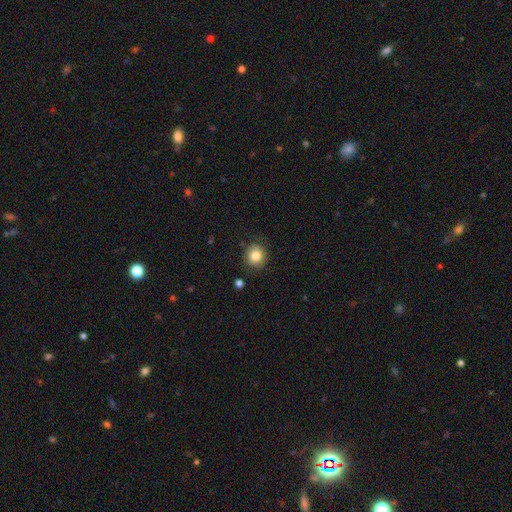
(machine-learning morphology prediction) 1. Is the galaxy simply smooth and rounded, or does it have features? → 83% smooth, 10% star or artifact, 7% featured or disk.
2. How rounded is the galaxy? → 88% round, 11% in between, 1% cigar-shaped.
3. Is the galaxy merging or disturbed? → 85% none, 11% minor disturbance, 3% major disturbance, 2% merger.